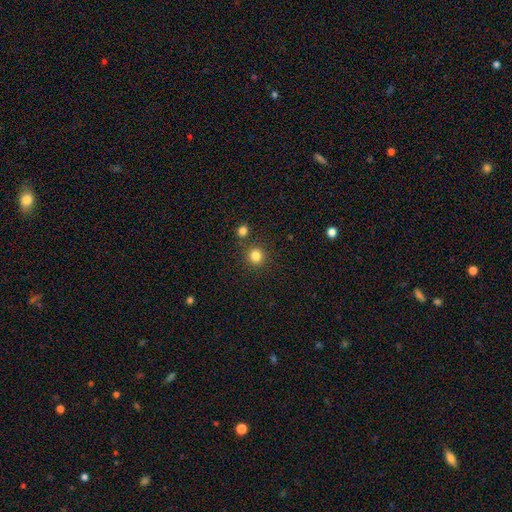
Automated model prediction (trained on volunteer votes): Smooth or featured: smooth — 83% (star or artifact — 13%)
How rounded: round — 93% (in between — 6%)
Merging: none — 84% (minor disturbance — 7%)